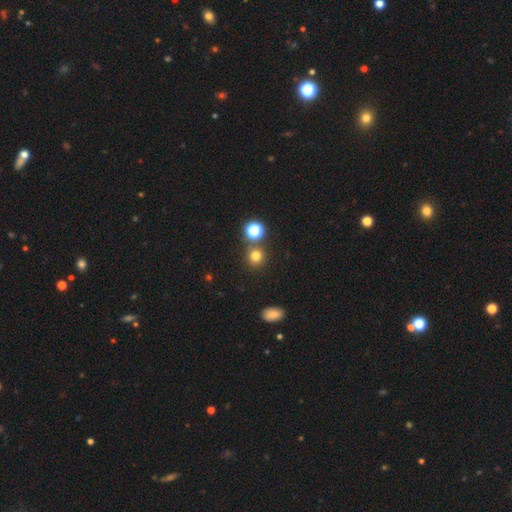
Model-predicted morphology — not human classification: Smooth or featured: smooth — 75% (star or artifact — 19%)
How rounded: round — 90% (in between — 9%)
Merging: none — 79% (merger — 10%)